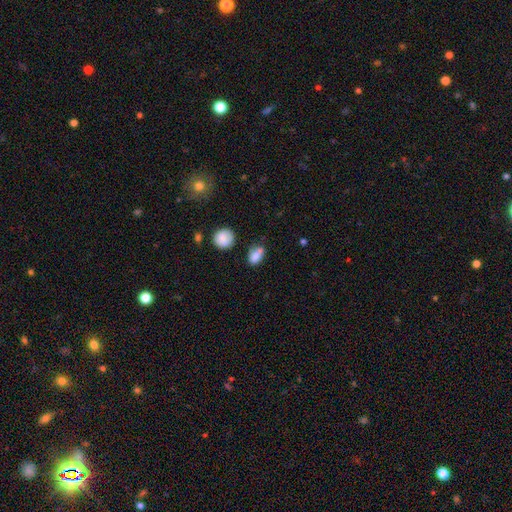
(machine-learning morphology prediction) Q: Smooth or featured?
A: smooth (81%); runner-up: star or artifact (10%)
Q: How rounded?
A: in between (80%); runner-up: round (15%)
Q: Merging?
A: none (50%); runner-up: minor disturbance (26%)